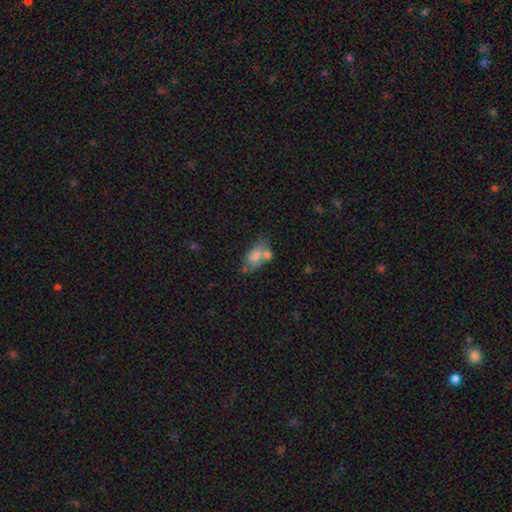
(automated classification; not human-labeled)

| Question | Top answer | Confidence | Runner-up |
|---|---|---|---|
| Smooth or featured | smooth | 67% | featured or disk (24%) |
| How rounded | in between | 87% | round (10%) |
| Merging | merger | 36% | none (33%) |